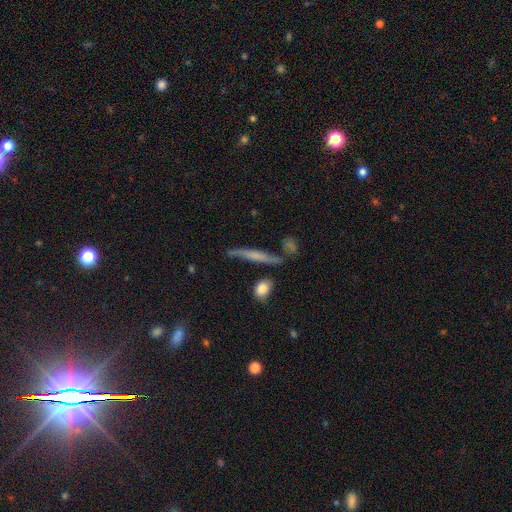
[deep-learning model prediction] Smooth or featured? Predicted: featured or disk (p=0.50). Merging? Predicted: none (p=0.71).